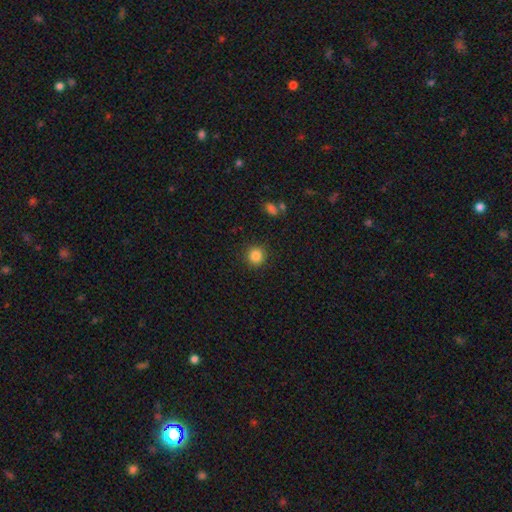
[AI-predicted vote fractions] A smooth galaxy with no disk features (85%) that is round (93%). Merging: none (90%).